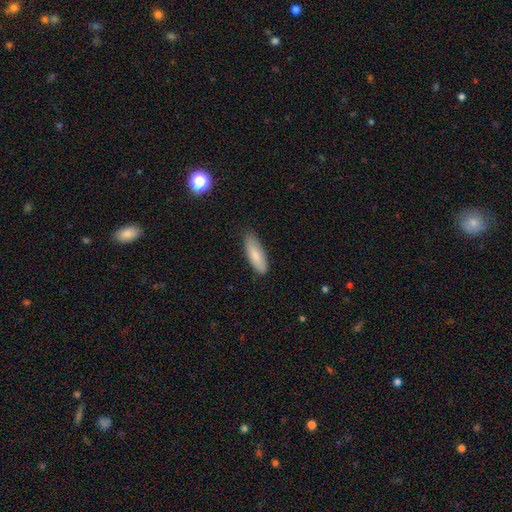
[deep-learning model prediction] A smooth galaxy with no disk features (83%) that is in between round and cigar-shaped (60%).

Vote fractions:
- Smooth or featured? smooth: 83% / featured or disk: 11% / star or artifact: 6%
- How rounded? in between: 60% / cigar-shaped: 38% / round: 2%
- Merging? none: 82% / minor disturbance: 15% / major disturbance: 2% / merger: 1%